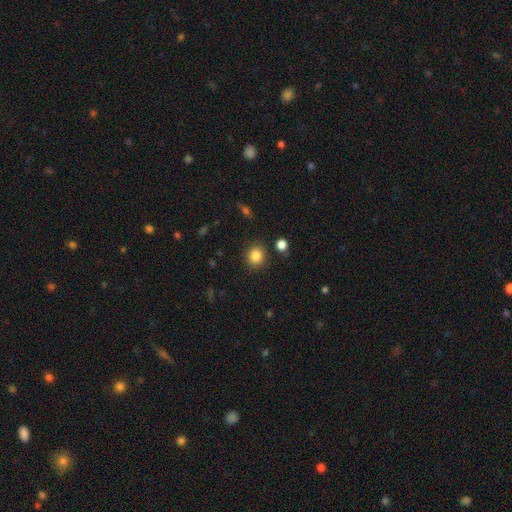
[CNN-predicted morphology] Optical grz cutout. It shows a smooth galaxy with no disk features (85%) that is round (83%). Merging: none (87%).